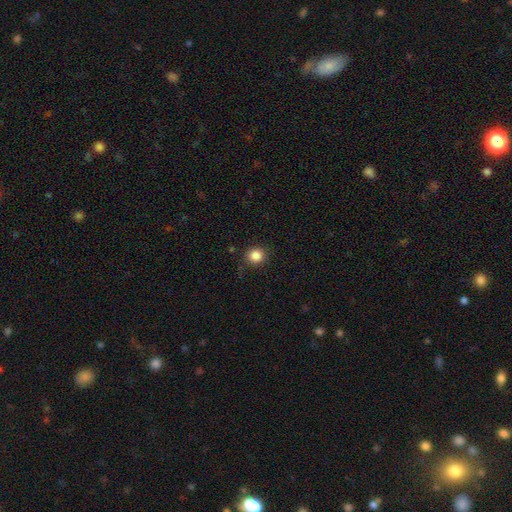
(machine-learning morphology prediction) smooth 86%, star or artifact 10%, featured or disk 4%. Down the decision tree: how rounded — round (85%); merging — none (86%).